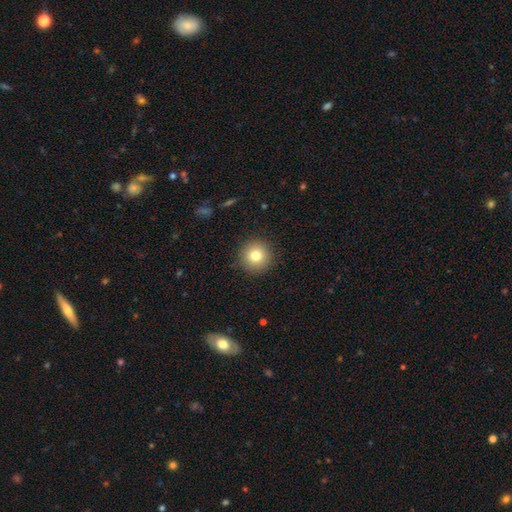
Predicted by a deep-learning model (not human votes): This is likely a smooth galaxy (79%). How rounded: clearly round (95%). Merging: clearly none (91%).